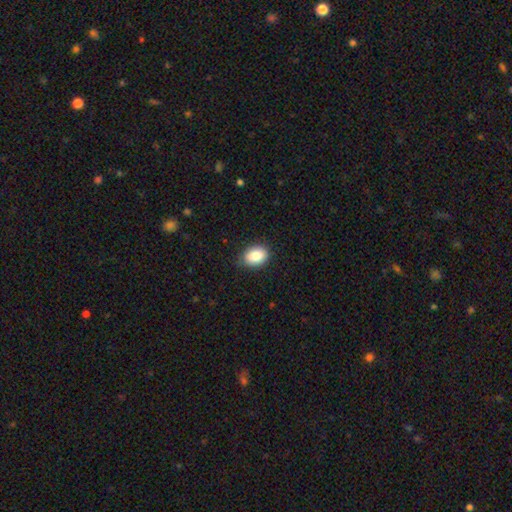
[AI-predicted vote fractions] Smooth or featured?
  - smooth: 86% *
  - star or artifact: 8%
  - featured or disk: 6%
How rounded?
  - in between: 74% *
  - round: 24%
  - cigar-shaped: 1%
Merging?
  - none: 83% *
  - minor disturbance: 13%
  - major disturbance: 2%
  - merger: 1%